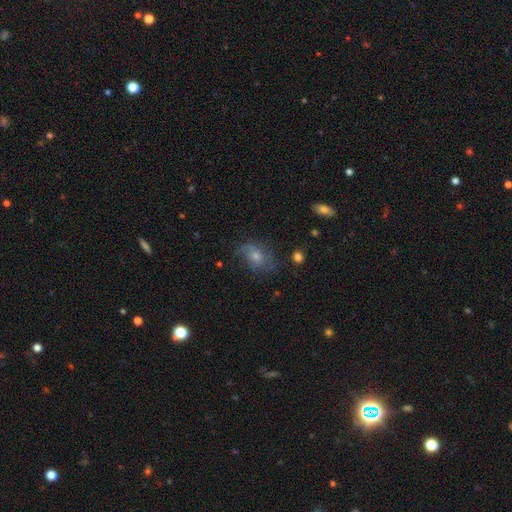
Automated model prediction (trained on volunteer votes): Overall: featured or disk (46%; smooth 34%). Merging: none (67%).